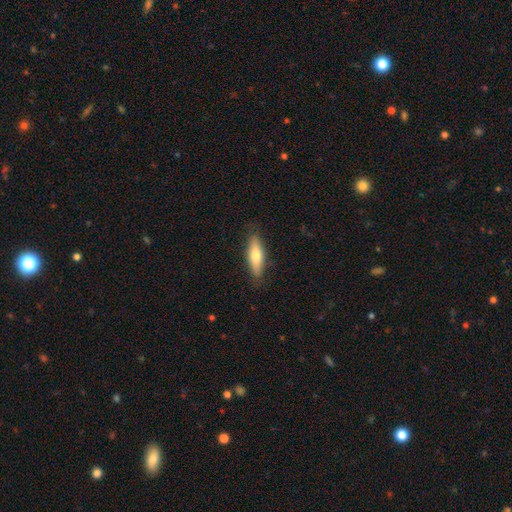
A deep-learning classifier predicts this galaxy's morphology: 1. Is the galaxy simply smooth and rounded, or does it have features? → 68% smooth, 27% featured or disk, 6% star or artifact.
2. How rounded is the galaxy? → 52% cigar-shaped, 46% in between, 2% round.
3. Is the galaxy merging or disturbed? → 85% none, 11% minor disturbance, 2% major disturbance, 1% merger.